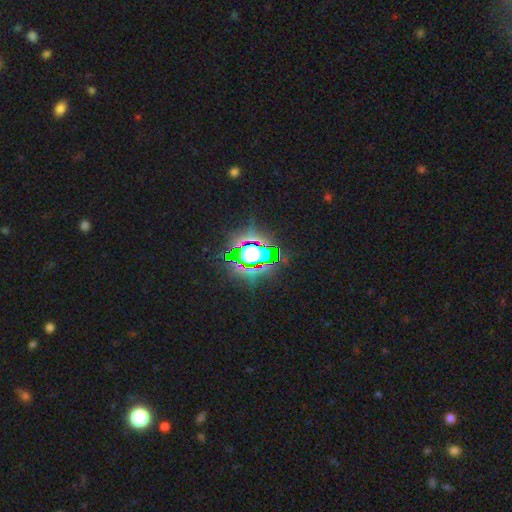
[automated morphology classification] Smooth or featured?
  - star or artifact: 71% *
  - smooth: 17%
  - featured or disk: 12%